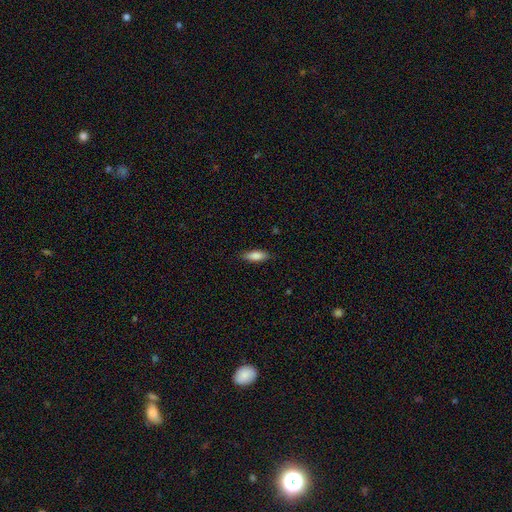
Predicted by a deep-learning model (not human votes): Smooth or featured: smooth — 85% (featured or disk — 9%)
How rounded: in between — 67% (cigar-shaped — 31%)
Merging: none — 87% (minor disturbance — 10%)